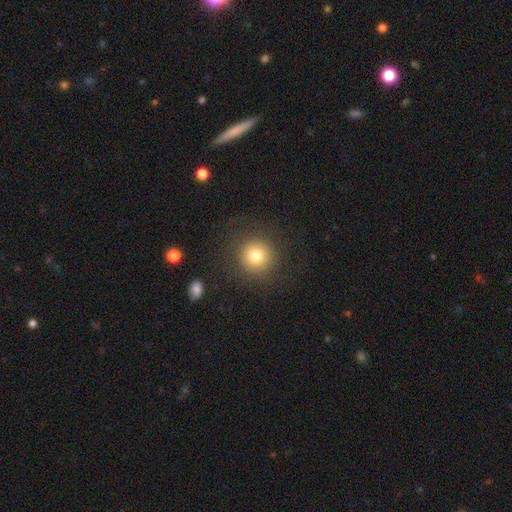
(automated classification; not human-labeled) Overall: smooth (79%). How rounded: round (94%). Merging: none (88%).